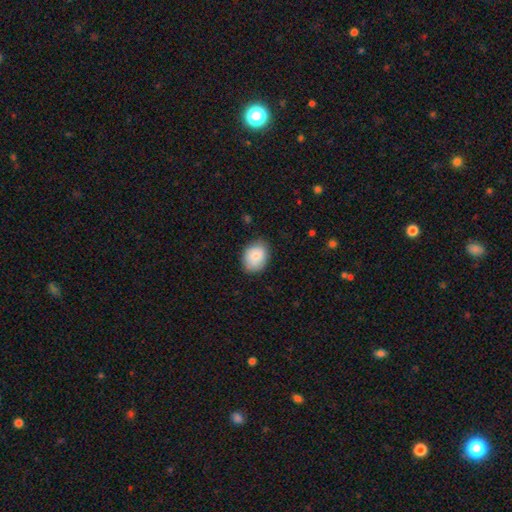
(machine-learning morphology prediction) smooth_or_featured: smooth (p=0.83) [alt: featured or disk p=0.10]
how_rounded: in between (p=0.57) [alt: round p=0.42]
merging: none (p=0.79) [alt: minor disturbance p=0.16]